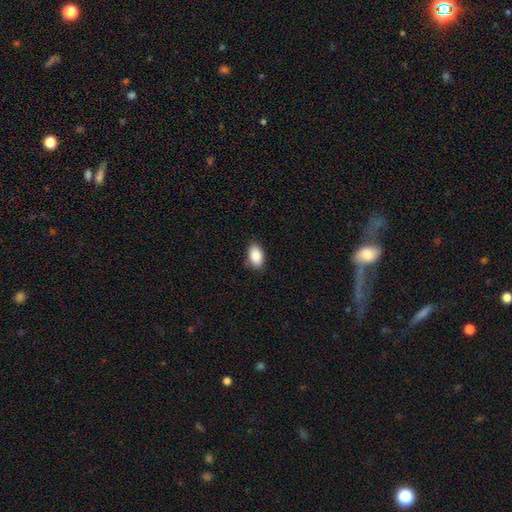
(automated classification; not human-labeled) A smooth galaxy with no disk features (89%) that is in between round and cigar-shaped (92%). Merging: none (85%).